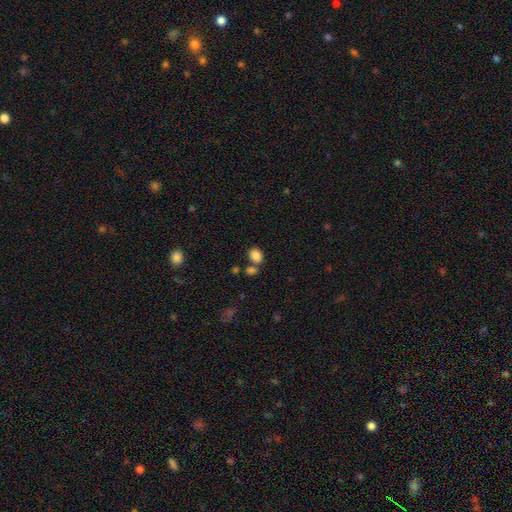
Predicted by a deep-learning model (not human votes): smooth_or_featured: smooth (p=0.85) [alt: star or artifact p=0.10]
how_rounded: in between (p=0.58) [alt: round p=0.41]
merging: none (p=0.63) [alt: merger p=0.22]